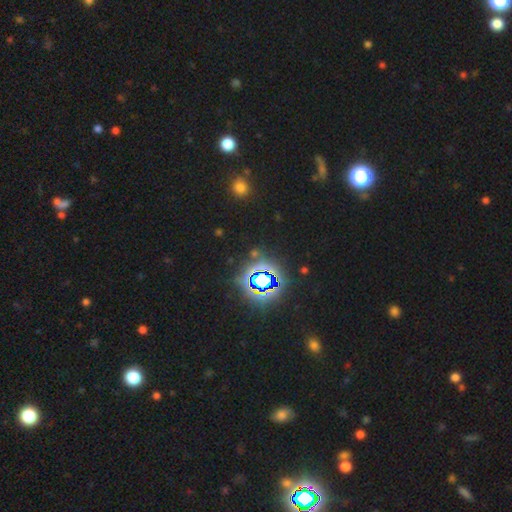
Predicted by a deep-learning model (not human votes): A star or artifact, not a galaxy (75%).

Vote fractions:
- Smooth or featured? star or artifact: 75% / smooth: 16% / featured or disk: 10%